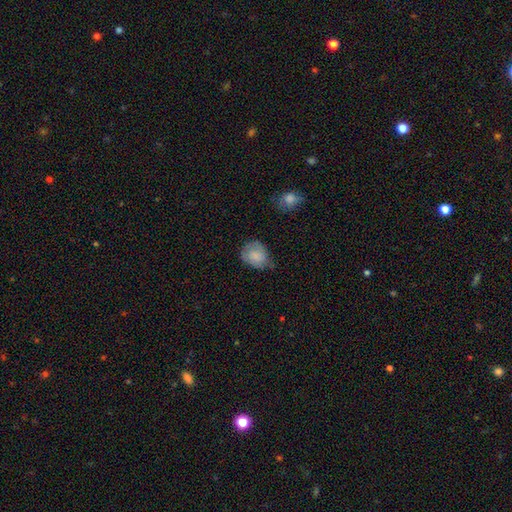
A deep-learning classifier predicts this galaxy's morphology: smooth 72%, featured or disk 21%, star or artifact 8%. Down the decision tree: how rounded — round (50%); merging — none (53%).